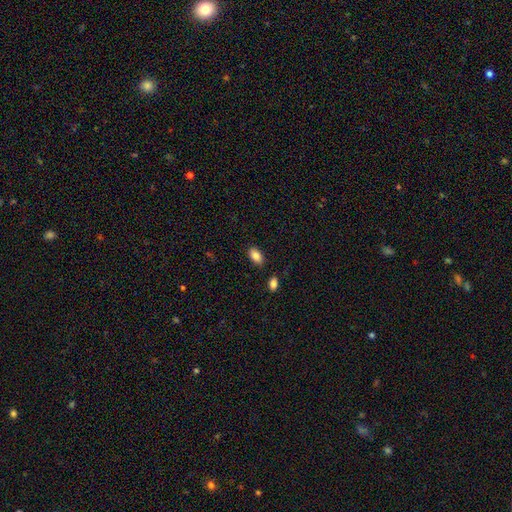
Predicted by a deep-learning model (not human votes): Smooth or featured?
  - smooth: 87% *
  - star or artifact: 8%
  - featured or disk: 6%
How rounded?
  - in between: 92% *
  - round: 5%
  - cigar-shaped: 3%
Merging?
  - none: 86% *
  - minor disturbance: 10%
  - merger: 2%
  - major disturbance: 2%